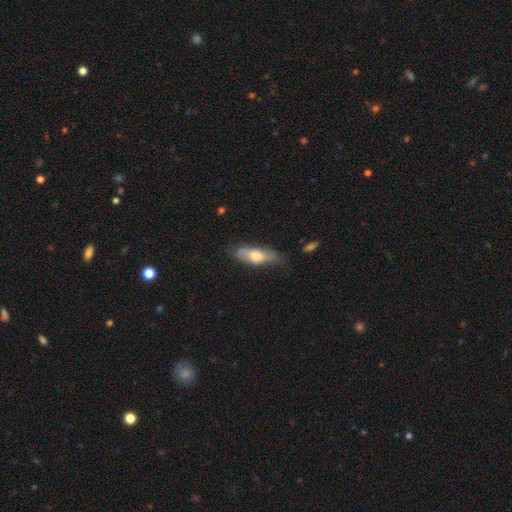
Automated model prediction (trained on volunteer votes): A smooth galaxy with no disk features (58%) that is in between round and cigar-shaped (52%). Merging: none (64%).